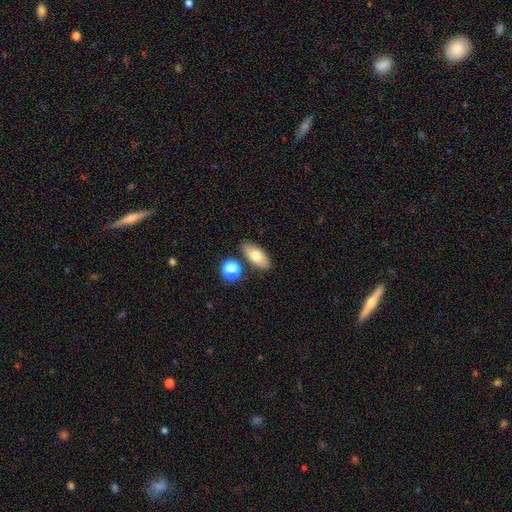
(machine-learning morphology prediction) Smooth or featured?
  - smooth: 75% *
  - featured or disk: 17%
  - star or artifact: 8%
How rounded?
  - in between: 85% *
  - cigar-shaped: 10%
  - round: 5%
Merging?
  - none: 81% *
  - minor disturbance: 10%
  - merger: 6%
  - major disturbance: 3%